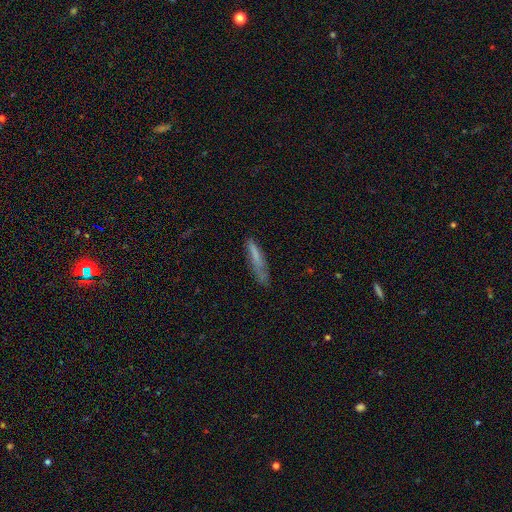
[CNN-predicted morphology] This appears to be a smooth galaxy with no disk features (66%) that is cigar-shaped (89%). Merging: none (61%).